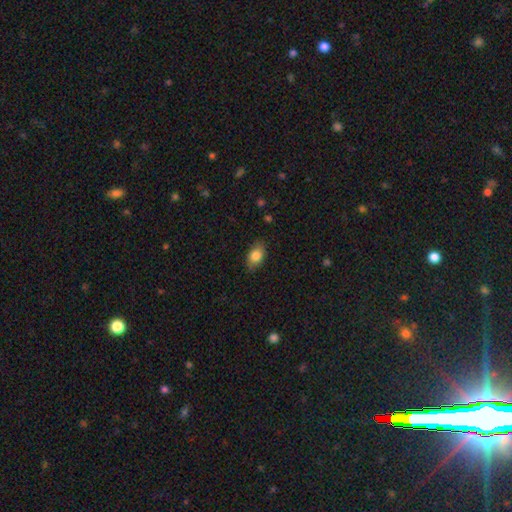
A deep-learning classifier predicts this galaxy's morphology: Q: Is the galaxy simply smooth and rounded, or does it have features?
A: smooth — 81%.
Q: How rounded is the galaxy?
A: in between — 87%.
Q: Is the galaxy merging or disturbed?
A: none — 82%.